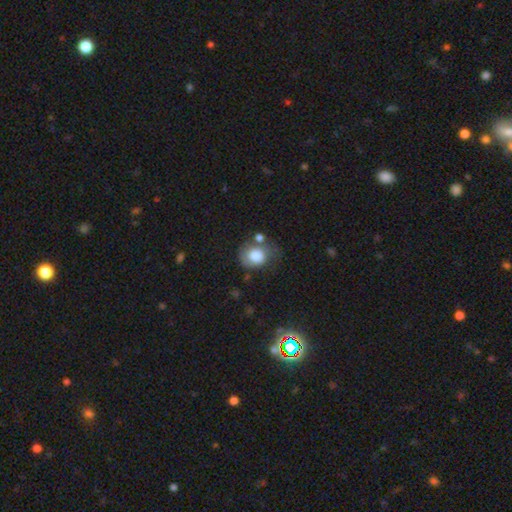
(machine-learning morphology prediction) This is likely a smooth galaxy (78%). How rounded: likely round (63%). Merging: marginally none (44%).